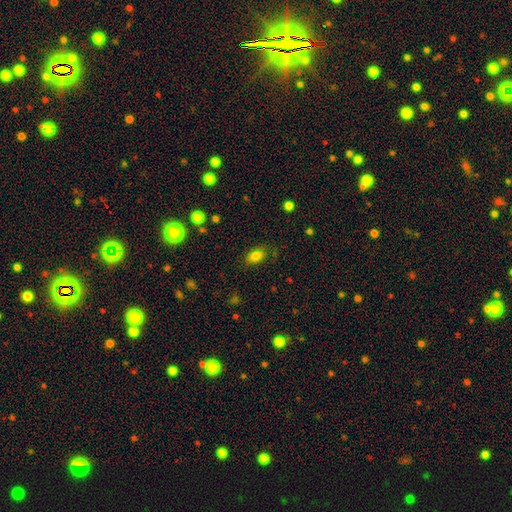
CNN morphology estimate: Smooth or featured?
  - smooth: 81% *
  - star or artifact: 11%
  - featured or disk: 8%
How rounded?
  - in between: 85% *
  - round: 13%
  - cigar-shaped: 2%
Merging?
  - none: 76% *
  - minor disturbance: 17%
  - major disturbance: 5%
  - merger: 2%